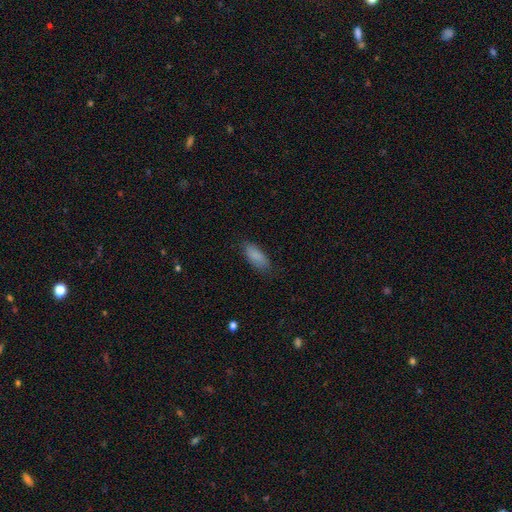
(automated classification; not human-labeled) smooth_or_featured: smooth (p=0.87) [alt: star or artifact p=0.07]
how_rounded: in between (p=0.80) [alt: cigar-shaped p=0.18]
merging: none (p=0.79) [alt: minor disturbance p=0.16]